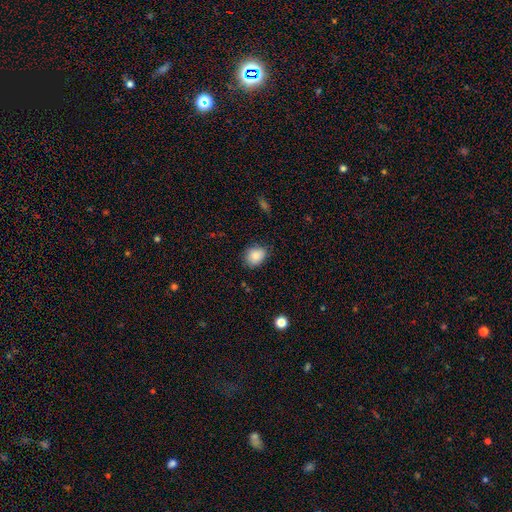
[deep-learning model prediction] A smooth galaxy with no disk features (86%) that is round (51%).

Vote fractions:
- Smooth or featured? smooth: 86% / star or artifact: 8% / featured or disk: 5%
- How rounded? round: 51% / in between: 48% / cigar-shaped: 1%
- Merging? none: 77% / minor disturbance: 18% / major disturbance: 3% / merger: 1%